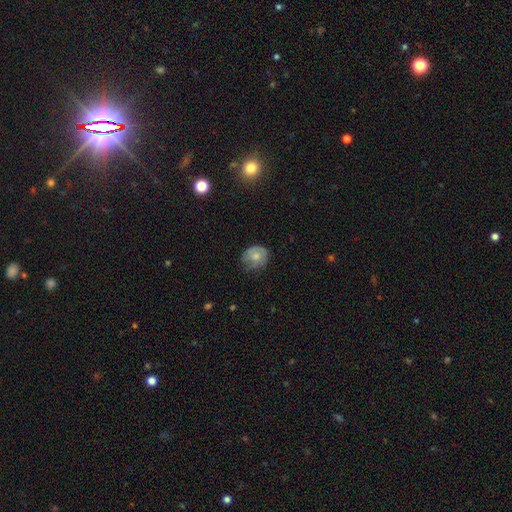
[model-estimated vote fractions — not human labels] Smooth or featured? Predicted: smooth (p=0.65). How rounded? Predicted: round (p=0.66). Merging? Predicted: none (p=0.56).